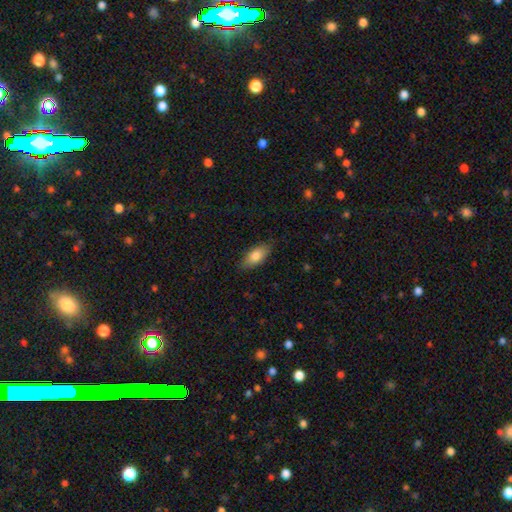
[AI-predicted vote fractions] smooth 79%, featured or disk 15%, star or artifact 6%. Down the decision tree: how rounded — in between (83%); merging — none (83%).